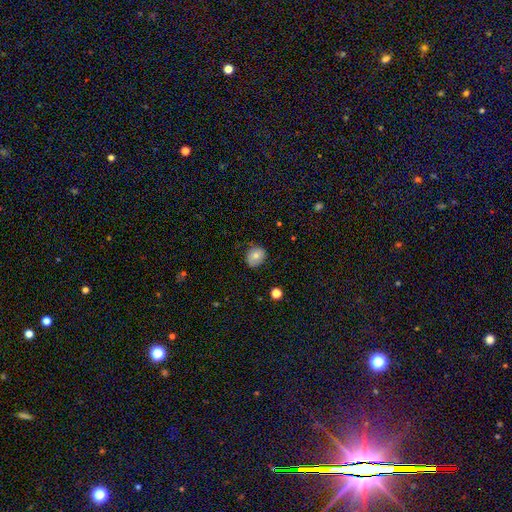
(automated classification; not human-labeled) Smooth or featured?
  - smooth: 72% *
  - featured or disk: 20%
  - star or artifact: 9%
How rounded?
  - round: 64% *
  - in between: 35%
  - cigar-shaped: 1%
Merging?
  - none: 74% *
  - minor disturbance: 21%
  - major disturbance: 4%
  - merger: 1%